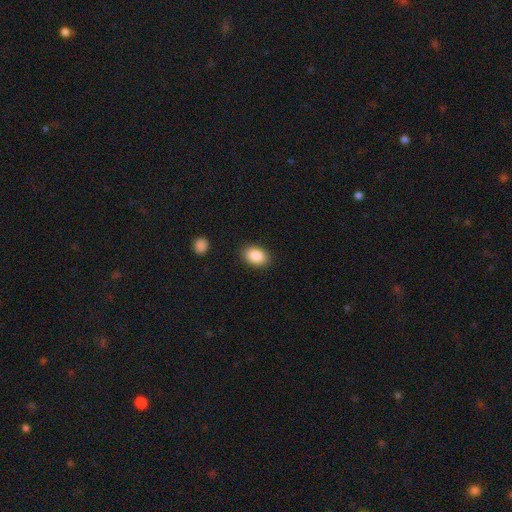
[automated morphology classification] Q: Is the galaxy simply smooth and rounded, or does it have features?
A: smooth — 89%.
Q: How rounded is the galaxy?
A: in between — 84%.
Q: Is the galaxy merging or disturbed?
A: none — 87%.